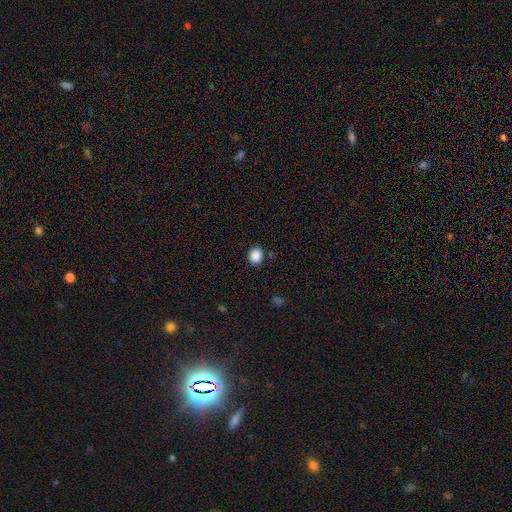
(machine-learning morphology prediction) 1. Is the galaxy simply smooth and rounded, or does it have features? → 88% smooth, 9% star or artifact, 3% featured or disk.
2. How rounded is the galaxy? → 53% round, 46% in between, 1% cigar-shaped.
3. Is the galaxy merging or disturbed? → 86% none, 9% minor disturbance, 3% major disturbance, 2% merger.